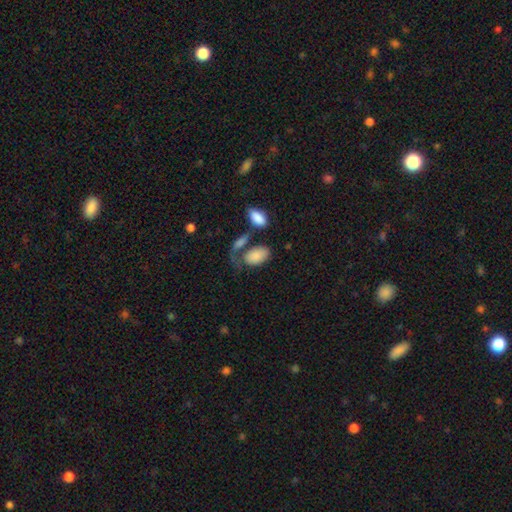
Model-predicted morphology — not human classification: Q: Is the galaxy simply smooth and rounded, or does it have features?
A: smooth — 82%.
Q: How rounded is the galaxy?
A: in between — 93%.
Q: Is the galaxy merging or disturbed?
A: none — 36%.